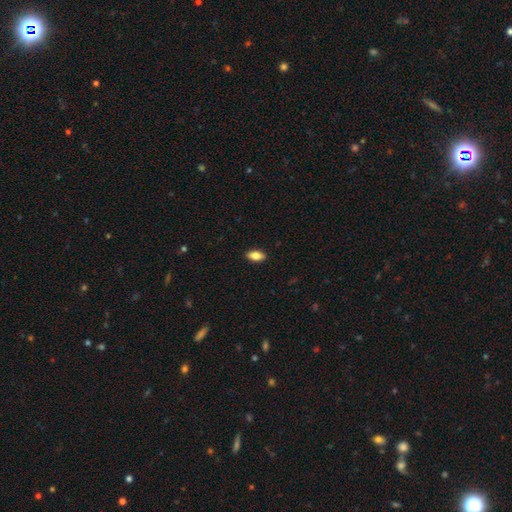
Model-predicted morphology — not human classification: This appears to be a smooth galaxy with no disk features (80%) that is in between round and cigar-shaped (90%). Merging: none (90%).